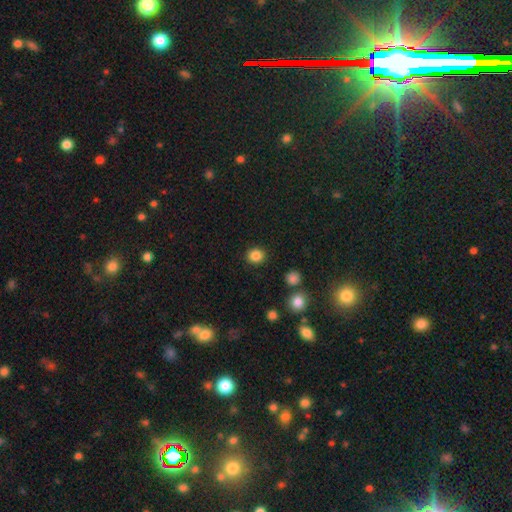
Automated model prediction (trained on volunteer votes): Smooth or featured?
  - smooth: 85% *
  - star or artifact: 11%
  - featured or disk: 4%
How rounded?
  - round: 85% *
  - in between: 15%
  - cigar-shaped: 1%
Merging?
  - none: 90% *
  - minor disturbance: 6%
  - major disturbance: 2%
  - merger: 2%